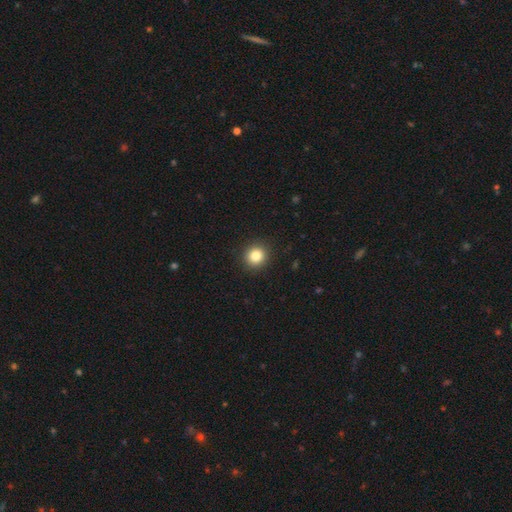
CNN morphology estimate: The model was most divided on "smooth or featured": smooth: 84%, star or artifact: 11%, featured or disk: 5%. More confident: merging — none (92%); how rounded — round (90%).